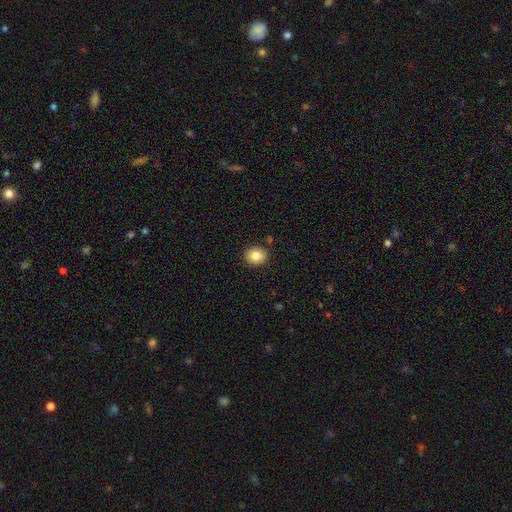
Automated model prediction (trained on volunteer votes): A smooth galaxy with no disk features (83%) that is round (68%).

Vote fractions:
- Smooth or featured? smooth: 83% / star or artifact: 9% / featured or disk: 8%
- How rounded? round: 68% / in between: 31% / cigar-shaped: 1%
- Merging? none: 88% / minor disturbance: 9% / major disturbance: 2% / merger: 2%